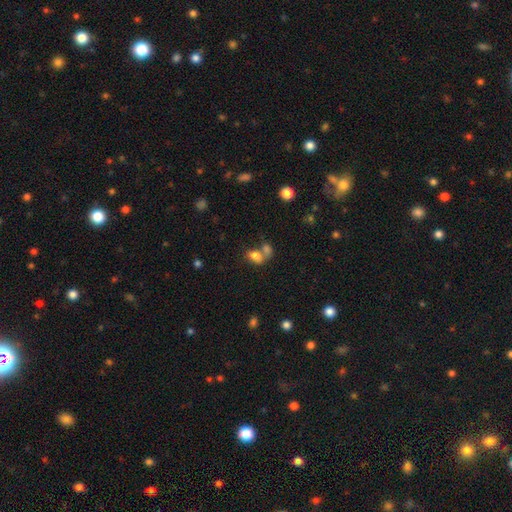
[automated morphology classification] This appears to be a smooth galaxy with no disk features (78%) that is in between round and cigar-shaped (84%). Merging: merger (51%).